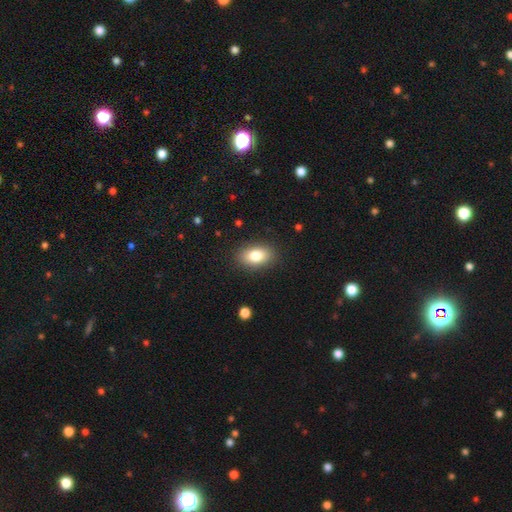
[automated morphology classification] smooth_or_featured: smooth (p=0.82) [alt: featured or disk p=0.10]
how_rounded: in between (p=0.87) [alt: round p=0.11]
merging: none (p=0.88) [alt: minor disturbance p=0.09]